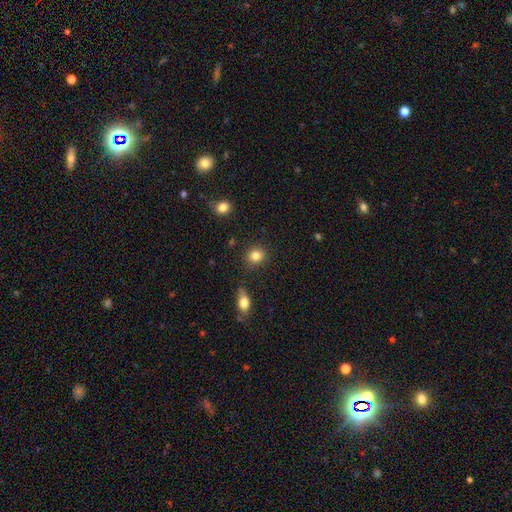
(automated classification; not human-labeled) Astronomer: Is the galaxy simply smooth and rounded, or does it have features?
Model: smooth — 84%.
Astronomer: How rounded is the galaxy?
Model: round — 79%.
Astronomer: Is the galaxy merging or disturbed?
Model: none — 86%.